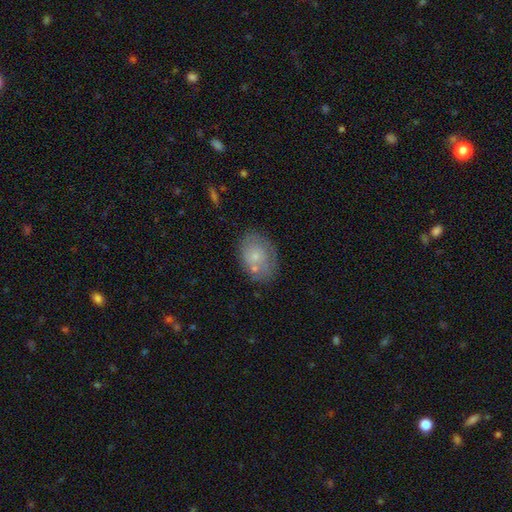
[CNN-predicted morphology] Smooth or featured? smooth (58%)
How rounded? in between (73%)
Merging? none (61%)